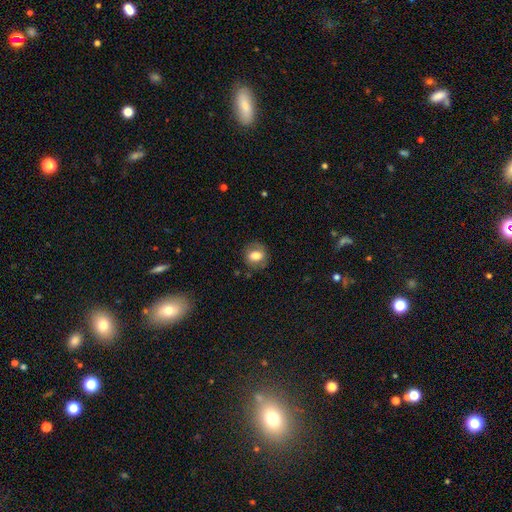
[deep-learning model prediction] Smooth or featured?
  - smooth: 69% *
  - featured or disk: 22%
  - star or artifact: 8%
How rounded?
  - round: 50% *
  - in between: 48%
  - cigar-shaped: 1%
Merging?
  - none: 75% *
  - minor disturbance: 17%
  - major disturbance: 7%
  - merger: 1%